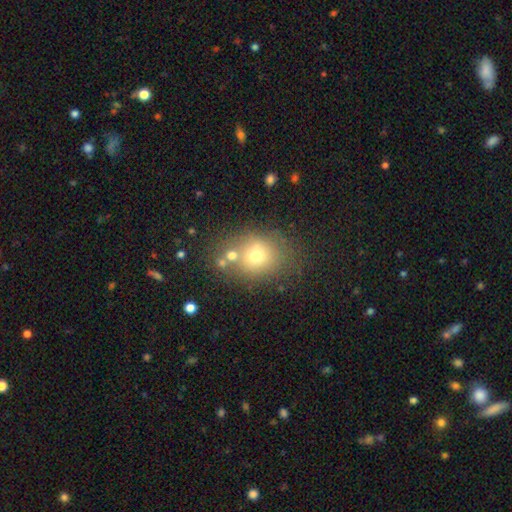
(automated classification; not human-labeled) Overall: smooth (64%). How rounded: round (59%; in between 40%). Merging: none (57%; merger 21%).